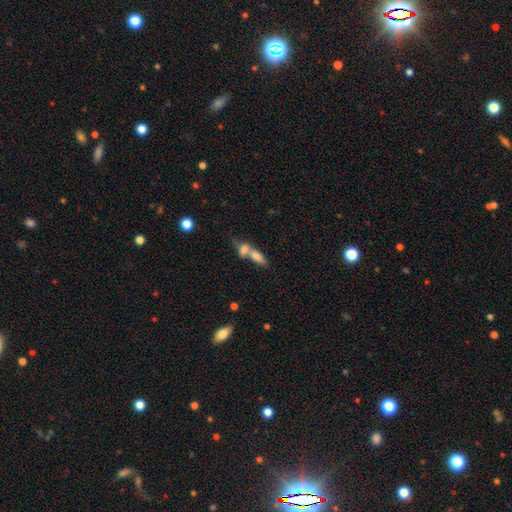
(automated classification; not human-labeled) smooth-or-featured: smooth: 70% | featured or disk: 21% | star or artifact: 9%
  how-rounded: in between: 70% | cigar-shaped: 21% | round: 9%
  merging: merger: 72% | none: 18% | minor disturbance: 6% | major disturbance: 4%